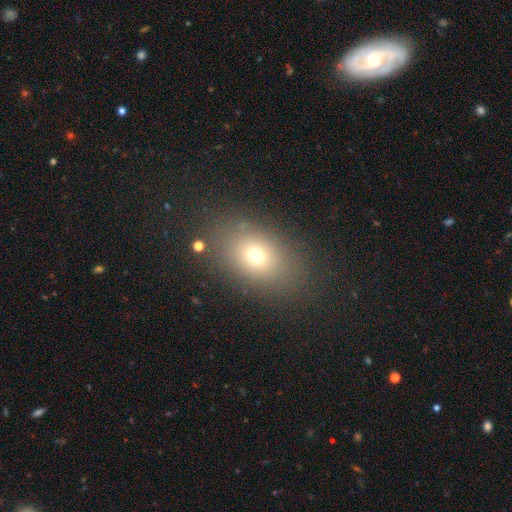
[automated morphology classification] Smooth or featured? Predicted: smooth (p=0.70). How rounded? Predicted: in between (p=0.73). Merging? Predicted: none (p=0.83).